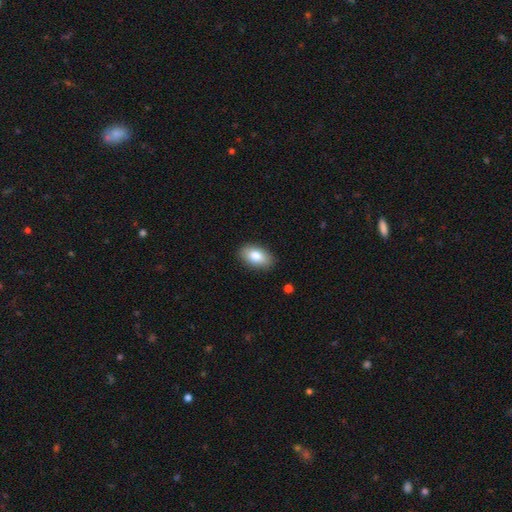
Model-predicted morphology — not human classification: Smooth or featured?
  - smooth: 81% *
  - featured or disk: 12%
  - star or artifact: 7%
How rounded?
  - in between: 91% *
  - round: 7%
  - cigar-shaped: 2%
Merging?
  - none: 88% *
  - minor disturbance: 9%
  - major disturbance: 2%
  - merger: 1%